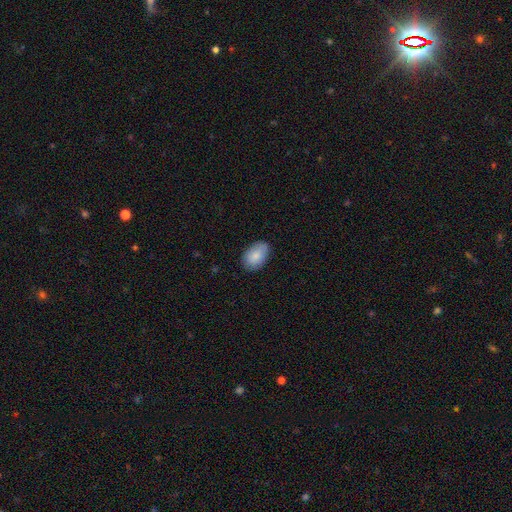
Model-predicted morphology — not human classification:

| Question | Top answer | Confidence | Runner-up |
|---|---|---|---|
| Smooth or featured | smooth | 84% | featured or disk (9%) |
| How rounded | in between | 90% | round (9%) |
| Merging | none | 80% | minor disturbance (16%) |